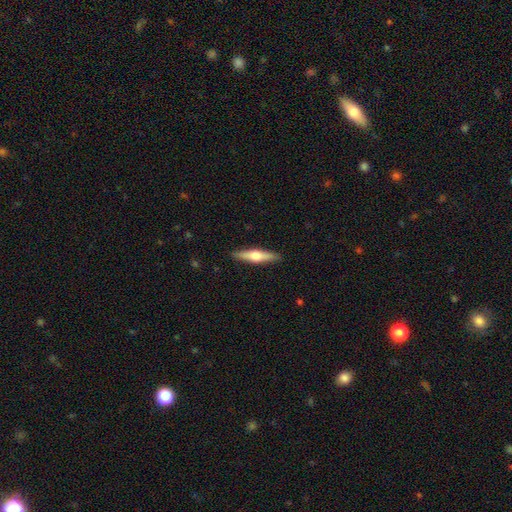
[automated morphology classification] A featured or disk galaxy (54%) viewed edge-on (95%) with a rounded central bulge (93%).

Vote fractions:
- Smooth or featured? featured or disk: 54% / smooth: 41% / star or artifact: 5%
- Edge-on disk? yes: 95% / no: 5%
- Edge-on bulge? rounded: 93% / boxy: 4% / none: 3%
- Merging? none: 90% / minor disturbance: 7% / major disturbance: 2% / merger: 1%